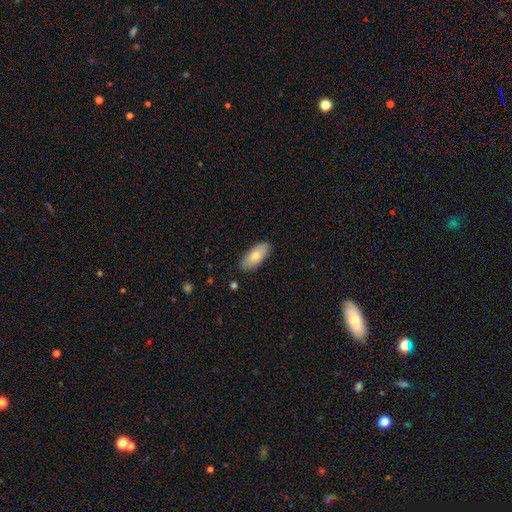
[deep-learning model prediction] Q: Smooth or featured?
A: smooth (78%); runner-up: featured or disk (16%)
Q: How rounded?
A: in between (85%); runner-up: cigar-shaped (12%)
Q: Merging?
A: none (85%); runner-up: minor disturbance (11%)